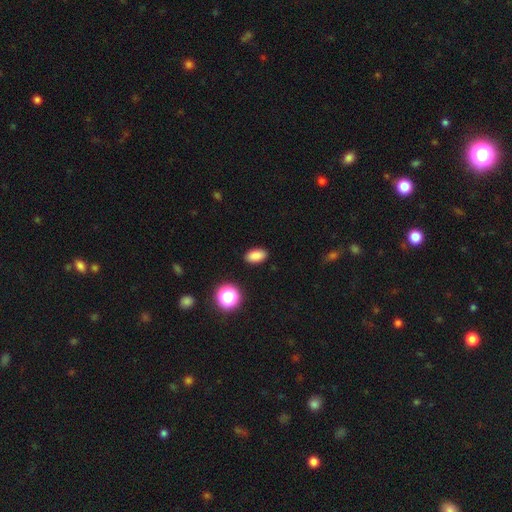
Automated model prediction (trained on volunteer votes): This is clearly a smooth galaxy (85%). How rounded: clearly in between (89%). Merging: clearly none (90%).